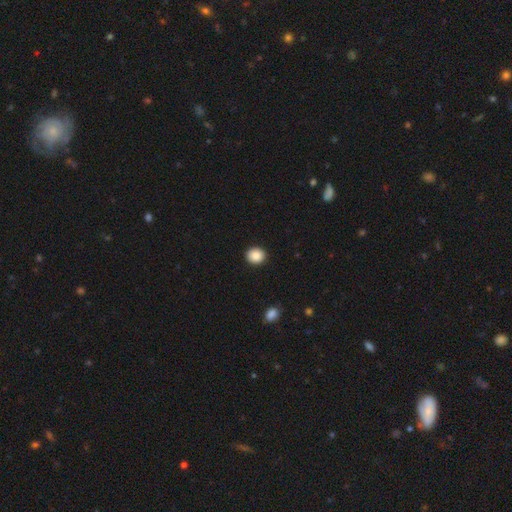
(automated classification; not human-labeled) A smooth galaxy with no disk features (88%) that is round (80%).

Vote fractions:
- Smooth or featured? smooth: 88% / star or artifact: 9% / featured or disk: 3%
- How rounded? round: 80% / in between: 19% / cigar-shaped: 1%
- Merging? none: 92% / minor disturbance: 5% / major disturbance: 2% / merger: 1%